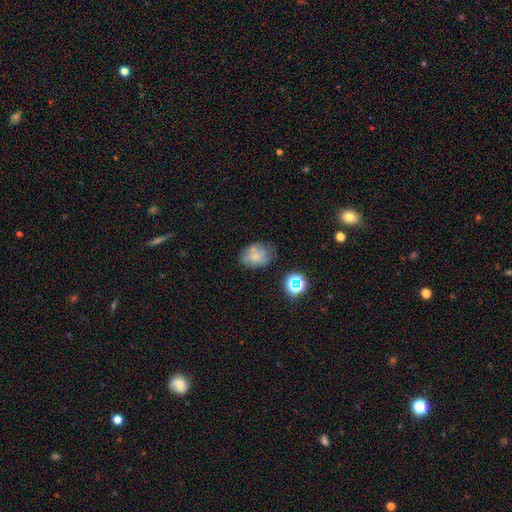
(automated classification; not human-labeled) Smooth or featured: smooth — 63% (featured or disk — 23%)
How rounded: in between — 62% (round — 37%)
Merging: none — 55% (minor disturbance — 27%)